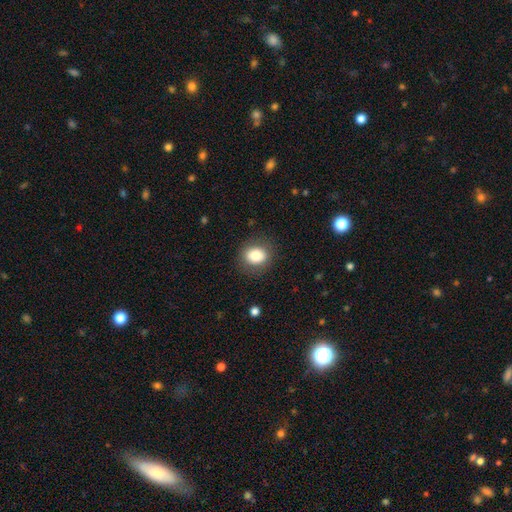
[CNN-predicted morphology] Q: Smooth or featured?
A: smooth (80%); runner-up: featured or disk (11%)
Q: How rounded?
A: round (62%); runner-up: in between (37%)
Q: Merging?
A: none (85%); runner-up: minor disturbance (10%)